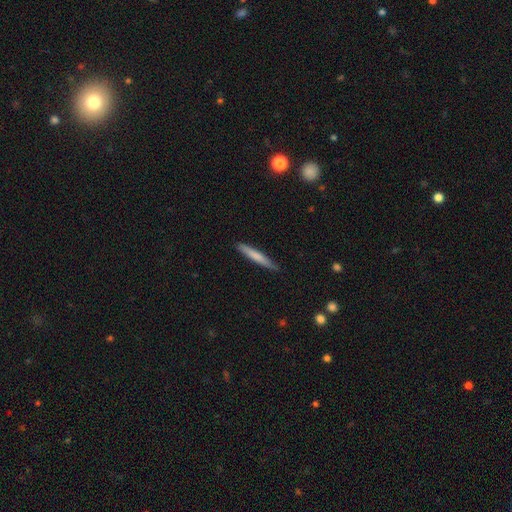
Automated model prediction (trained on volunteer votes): Morphology: type=smooth (71%); roundness=cigar-shaped (94%); merging=none (86%).